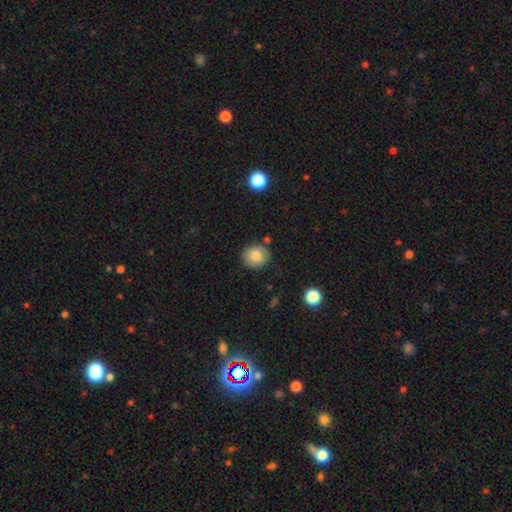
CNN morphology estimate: smooth_or_featured: smooth (p=0.85) [alt: star or artifact p=0.09]
how_rounded: round (p=0.83) [alt: in between p=0.16]
merging: none (p=0.83) [alt: minor disturbance p=0.11]